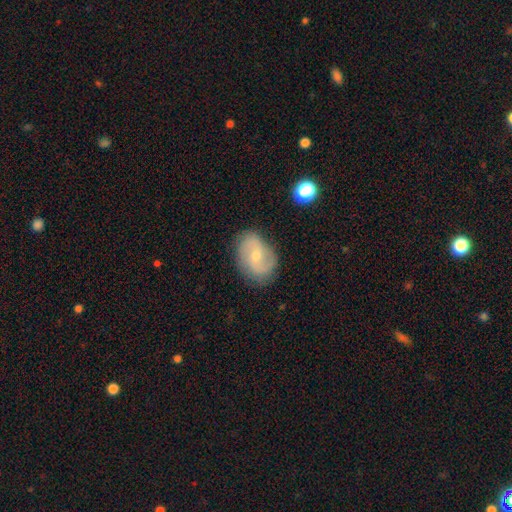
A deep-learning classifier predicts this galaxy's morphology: Overall: featured or disk (66%). Edge-on disk: no (96%). Bar: no (49%; weak 41%). Spiral arms: yes (88%). Spiral arm count: 2 (83%). Spiral winding: medium (42%; loose 36%). Bulge size: small (57%; moderate 39%). Merging: none (77%).